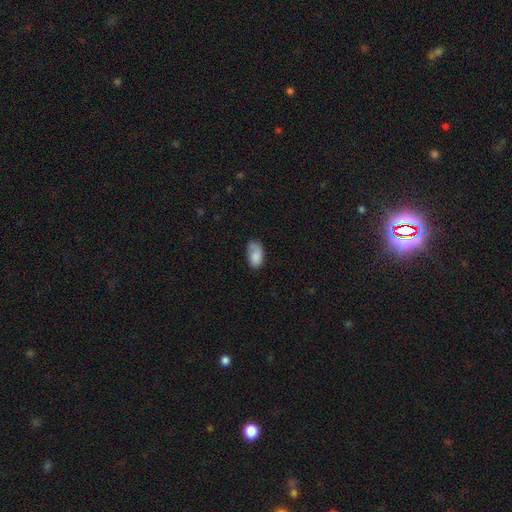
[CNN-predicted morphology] Smooth or featured: smooth — 81% (featured or disk — 11%)
How rounded: in between — 93% (round — 6%)
Merging: none — 54% (minor disturbance — 31%)